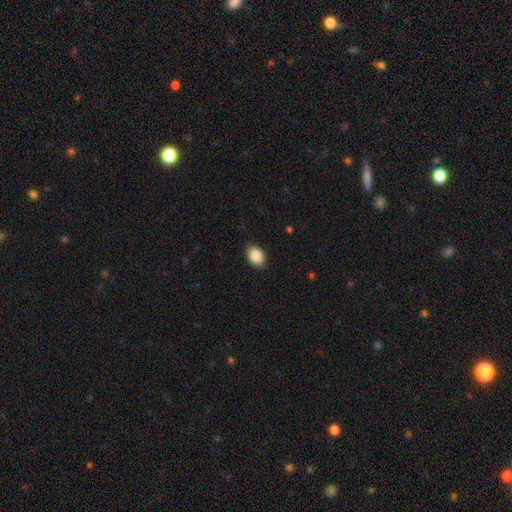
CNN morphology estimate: Smooth or featured?
  - smooth: 89% *
  - star or artifact: 7%
  - featured or disk: 4%
How rounded?
  - in between: 82% *
  - round: 17%
  - cigar-shaped: 1%
Merging?
  - none: 85% *
  - minor disturbance: 12%
  - major disturbance: 2%
  - merger: 1%